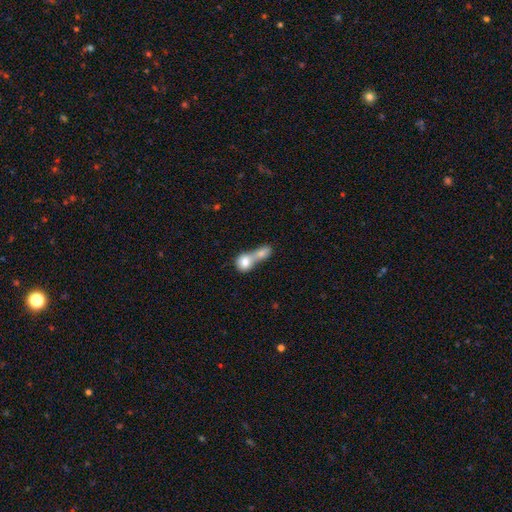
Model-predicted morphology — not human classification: Smooth or featured? smooth (71%)
How rounded? round (60%)
Merging? merger (74%)